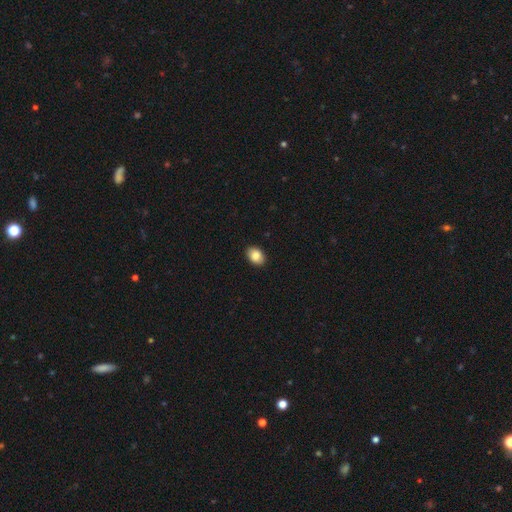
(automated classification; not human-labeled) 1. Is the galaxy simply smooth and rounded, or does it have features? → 87% smooth, 8% star or artifact, 5% featured or disk.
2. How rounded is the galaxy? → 78% in between, 21% round, 1% cigar-shaped.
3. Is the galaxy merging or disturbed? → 91% none, 7% minor disturbance, 2% major disturbance, 1% merger.